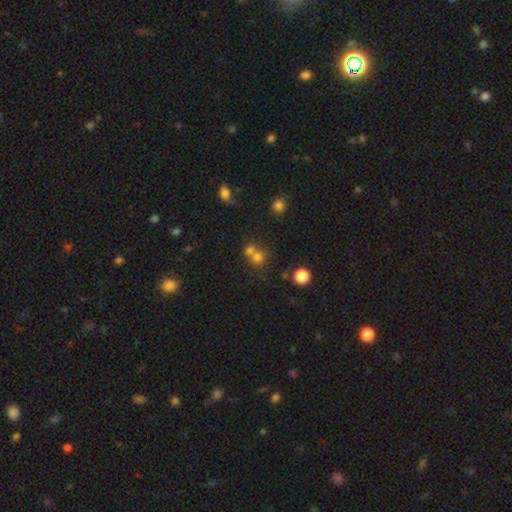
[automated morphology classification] type=smooth (70%); roundness=round (82%); merging=merger (52%).